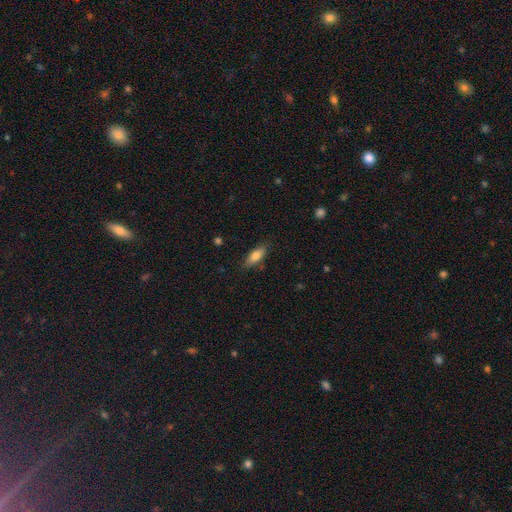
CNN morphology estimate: smooth-or-featured: smooth: 75% | featured or disk: 18% | star or artifact: 7%
  how-rounded: in between: 66% | cigar-shaped: 32% | round: 3%
  merging: none: 83% | minor disturbance: 12% | major disturbance: 3% | merger: 1%